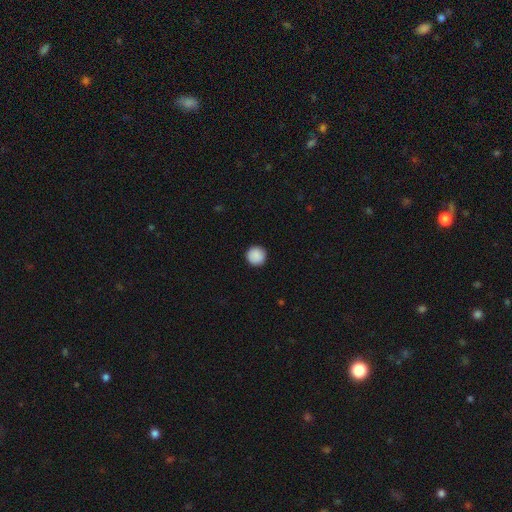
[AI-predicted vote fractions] smooth 90%, star or artifact 8%, featured or disk 3%. Down the decision tree: how rounded — round (96%); merging — none (93%).